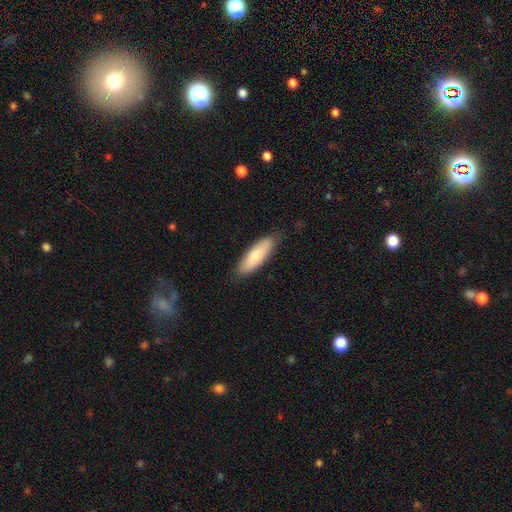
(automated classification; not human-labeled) Overall: smooth (77%). How rounded: in between (55%; cigar-shaped 43%). Merging: none (81%).